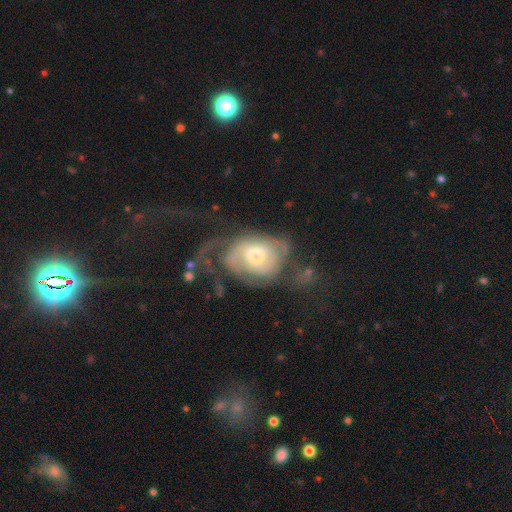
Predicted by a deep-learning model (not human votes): Smooth or featured: featured or disk — 68% (smooth — 25%)
Edge-on disk: no — 96% (yes — 4%)
Bar: no — 71% (weak — 24%)
Spiral arms: yes — 75% (no — 25%)
Bulge size: moderate — 60% (small — 23%)
Merging: major disturbance — 48% (none — 29%)